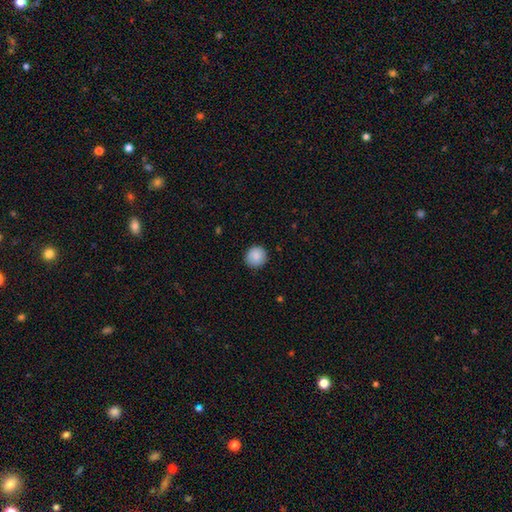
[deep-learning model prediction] This is clearly a smooth galaxy (88%). How rounded: clearly round (91%). Merging: clearly none (89%).